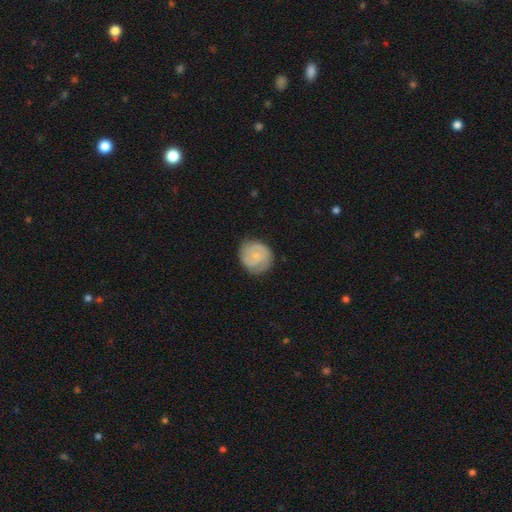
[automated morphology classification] The model was most divided on "smooth or featured": featured or disk: 56%, smooth: 37%, star or artifact: 7%. Remaining: edge-on disk — no (98%); spiral arms — yes (91%); merging — none (77%); bar — no (63%); bulge size — small (62%); spiral winding — tight (58%); spiral arm count — 2 (47%).